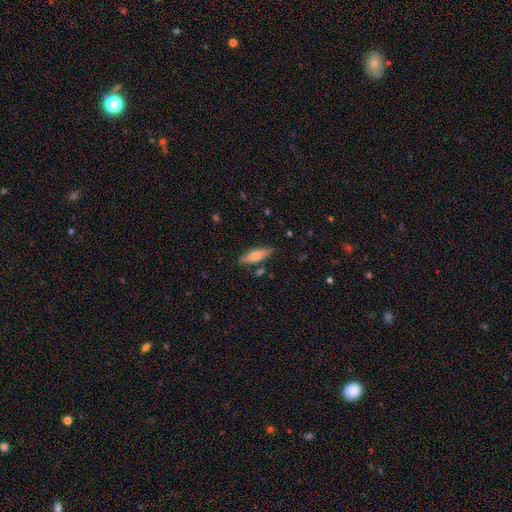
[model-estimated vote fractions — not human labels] A smooth galaxy with no disk features (70%) that is in between round and cigar-shaped (52%). Merging: none (81%).